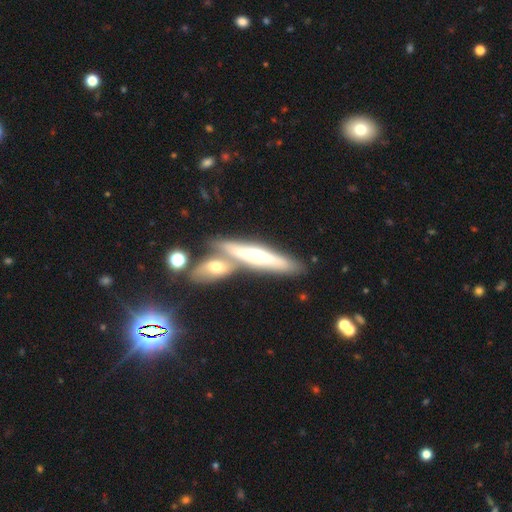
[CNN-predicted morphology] Smooth or featured? Predicted: featured or disk (p=0.54). Edge-on disk? Predicted: yes (p=0.80). Merging? Predicted: none (p=0.45).